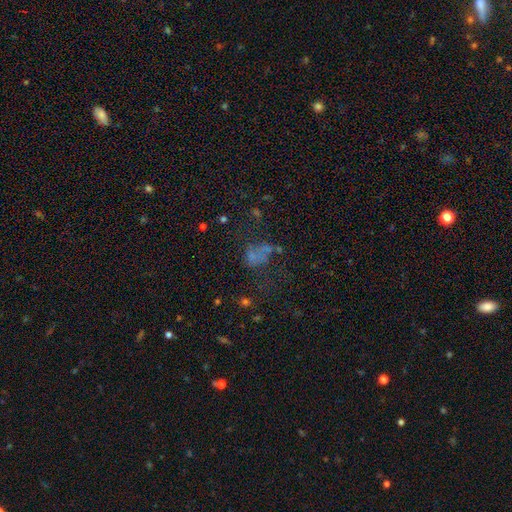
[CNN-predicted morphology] smooth_or_featured: smooth (p=0.49) [alt: star or artifact p=0.27]
merging: none (p=0.34) [tied with: major disturbance p=0.34]